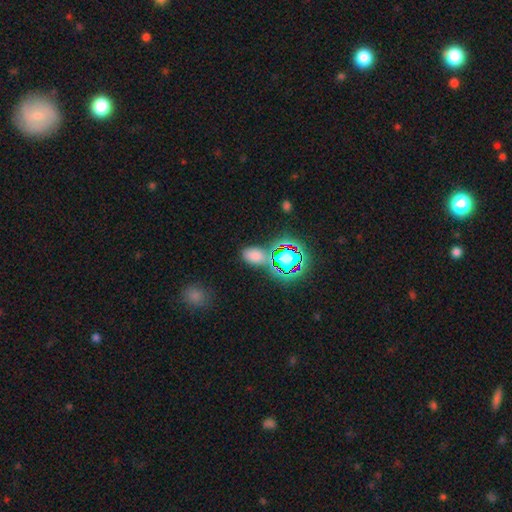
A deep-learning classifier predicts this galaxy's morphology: smooth-or-featured: smooth: 64% | star or artifact: 29% | featured or disk: 8%
  how-rounded: in between: 85% | round: 13% | cigar-shaped: 2%
  merging: none: 72% | minor disturbance: 13% | merger: 10% | major disturbance: 5%